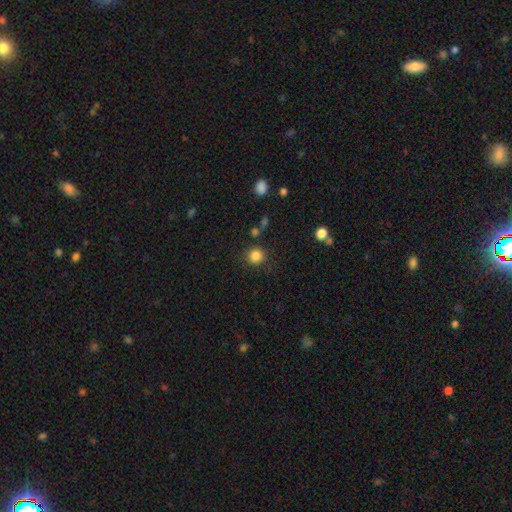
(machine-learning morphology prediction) smooth-or-featured: smooth: 85% | star or artifact: 11% | featured or disk: 4%
  how-rounded: round: 91% | in between: 8% | cigar-shaped: 1%
  merging: none: 84% | minor disturbance: 9% | merger: 4% | major disturbance: 4%